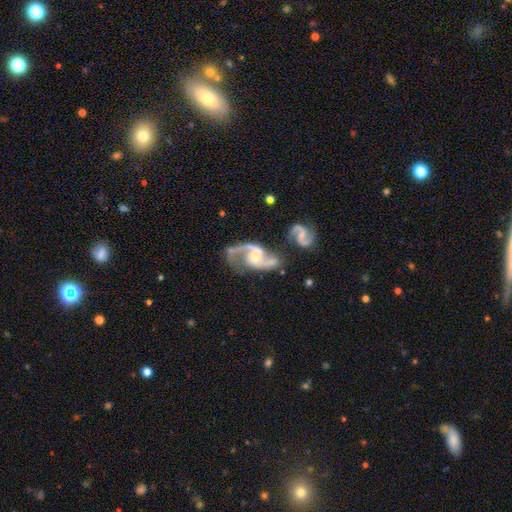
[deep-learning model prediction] Smooth or featured? Predicted: featured or disk (p=0.91). Edge-on disk? Predicted: no (p=0.97). Bar? Predicted: weak (p=0.49). Spiral arms? Predicted: yes (p=0.97). Spiral winding? Predicted: loose (p=0.46). Spiral arm count? Predicted: 2 (p=0.91). Bulge size? Predicted: small (p=0.48). Merging? Predicted: none (p=0.44).